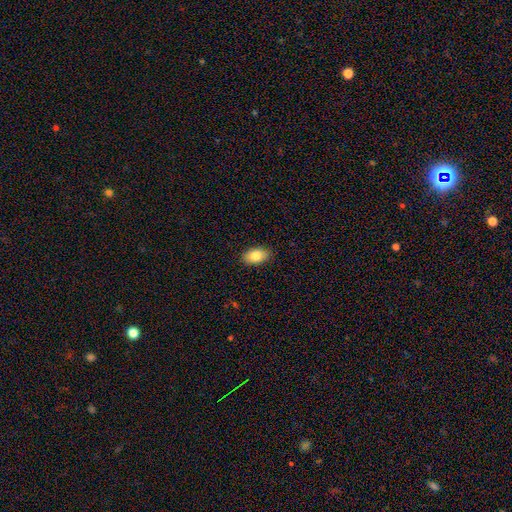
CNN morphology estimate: type=smooth (83%); roundness=in between (92%); merging=none (89%).